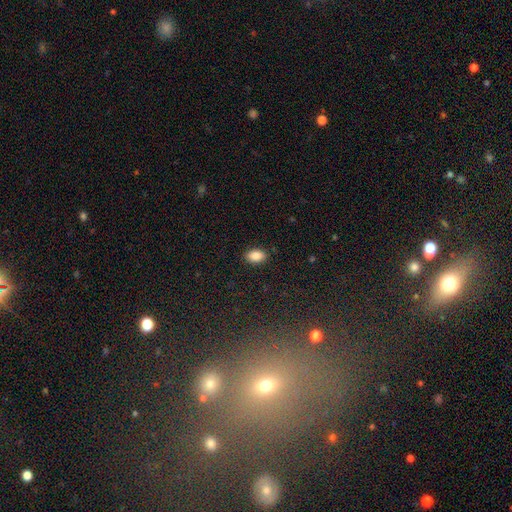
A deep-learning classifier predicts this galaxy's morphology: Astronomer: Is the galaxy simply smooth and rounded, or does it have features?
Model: smooth — 88%.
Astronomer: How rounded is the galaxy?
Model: in between — 91%.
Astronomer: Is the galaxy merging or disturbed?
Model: none — 88%.